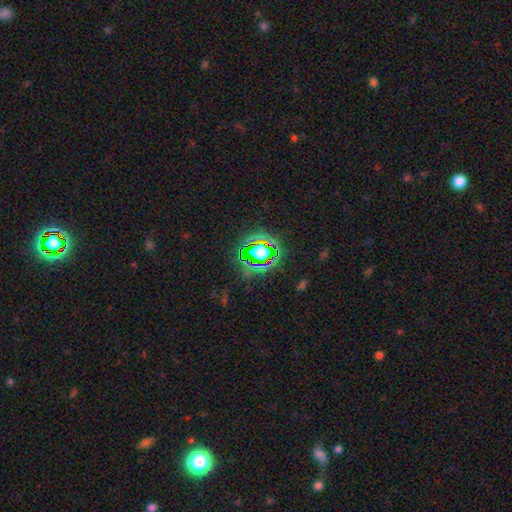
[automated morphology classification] This is likely a star or artifact rather than a galaxy (77%).